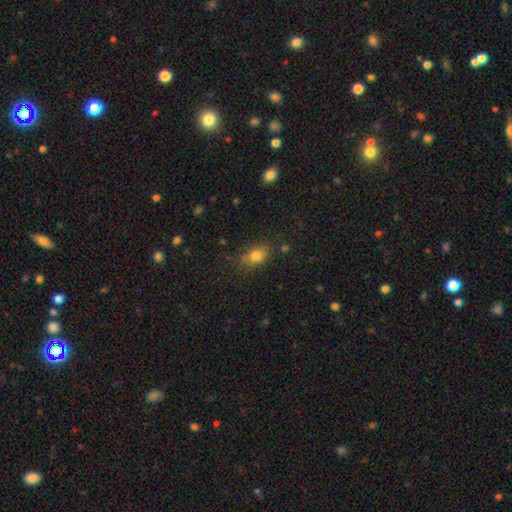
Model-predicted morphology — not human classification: Smooth or featured? Predicted: smooth (p=0.78). How rounded? Predicted: in between (p=0.76). Merging? Predicted: none (p=0.76).